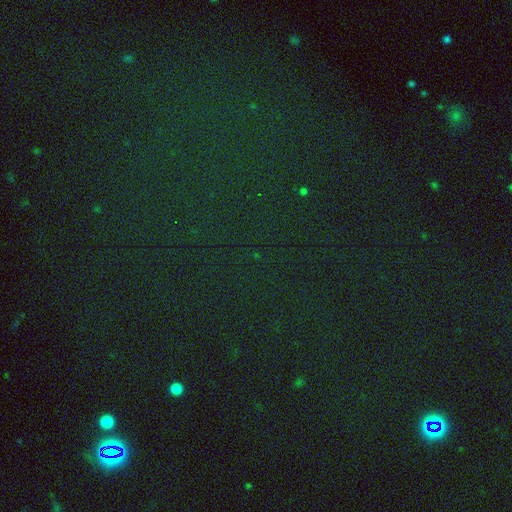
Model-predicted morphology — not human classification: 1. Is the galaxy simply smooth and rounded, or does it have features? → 78% star or artifact, 14% smooth, 8% featured or disk.